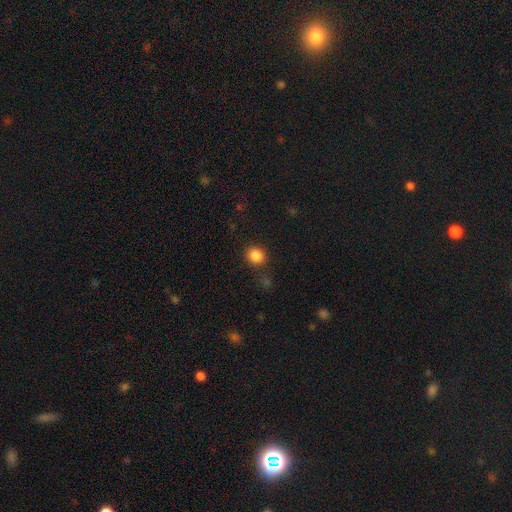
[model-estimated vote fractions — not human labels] smooth 86%, star or artifact 11%, featured or disk 4%. Down the decision tree: how rounded — round (80%); merging — none (83%).